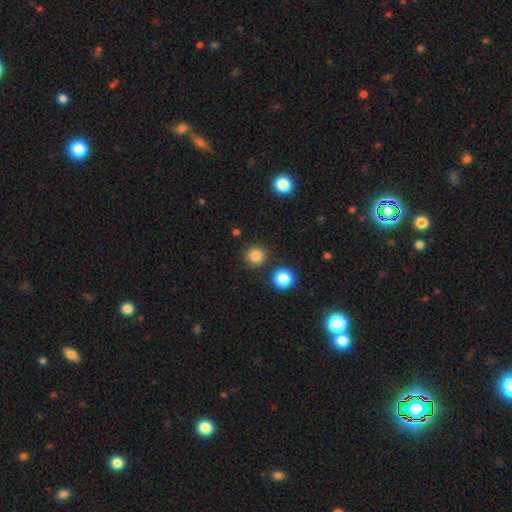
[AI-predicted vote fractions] This appears to be a smooth galaxy with no disk features (83%) that is round (94%). Merging: none (87%).